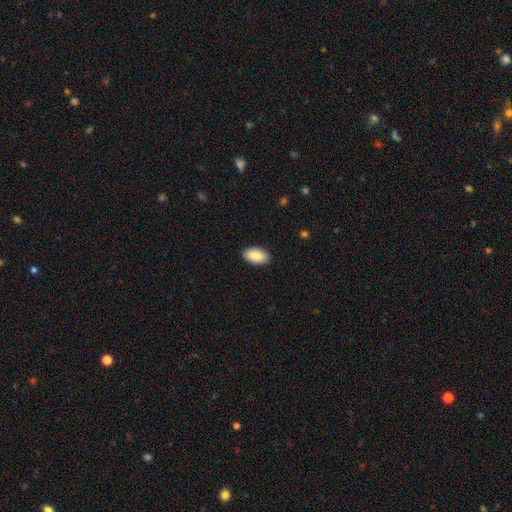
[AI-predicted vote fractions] A smooth galaxy with no disk features (88%) that is in between round and cigar-shaped (95%). Merging: none (90%).